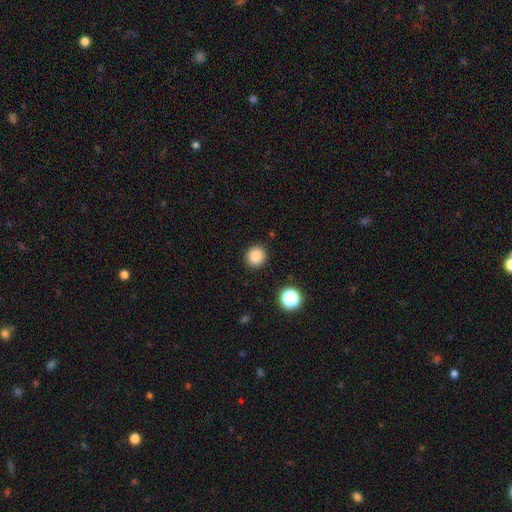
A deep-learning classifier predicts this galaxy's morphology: Q: Smooth or featured?
A: smooth (84%); runner-up: star or artifact (11%)
Q: How rounded?
A: round (90%); runner-up: in between (9%)
Q: Merging?
A: none (91%); runner-up: minor disturbance (6%)